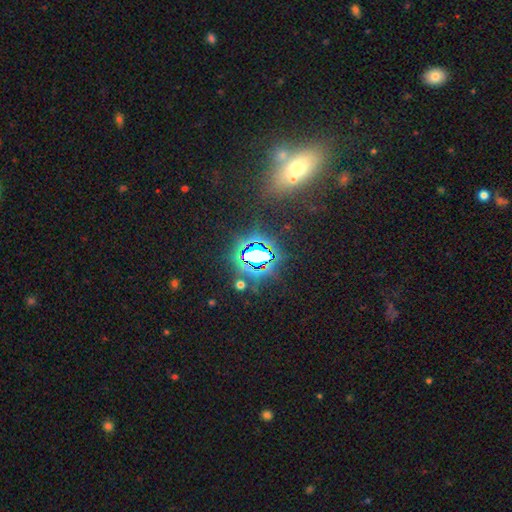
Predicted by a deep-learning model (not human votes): Smooth or featured? Predicted: star or artifact (p=0.77).